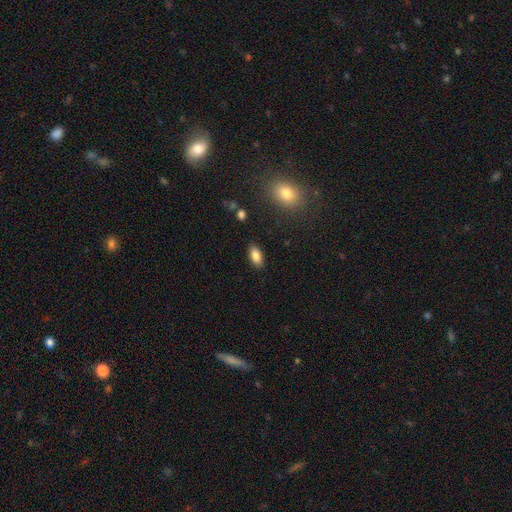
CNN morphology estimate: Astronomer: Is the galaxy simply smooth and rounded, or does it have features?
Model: smooth — 85%.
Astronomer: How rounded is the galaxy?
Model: in between — 89%.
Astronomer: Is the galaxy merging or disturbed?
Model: none — 88%.